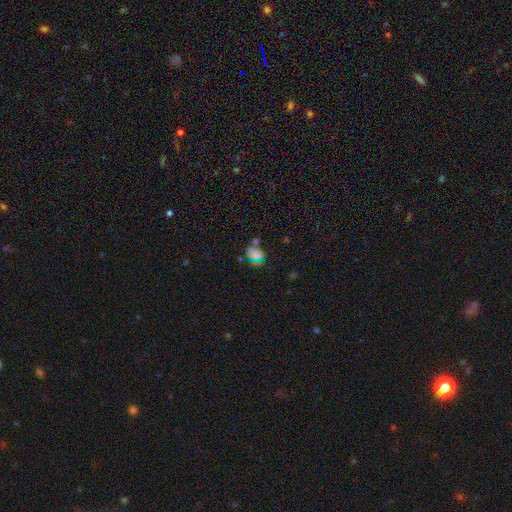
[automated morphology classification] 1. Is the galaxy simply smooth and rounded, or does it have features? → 61% smooth, 30% star or artifact, 10% featured or disk.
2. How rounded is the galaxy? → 64% in between, 33% round, 3% cigar-shaped.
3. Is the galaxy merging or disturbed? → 64% none, 18% minor disturbance, 10% merger, 8% major disturbance.